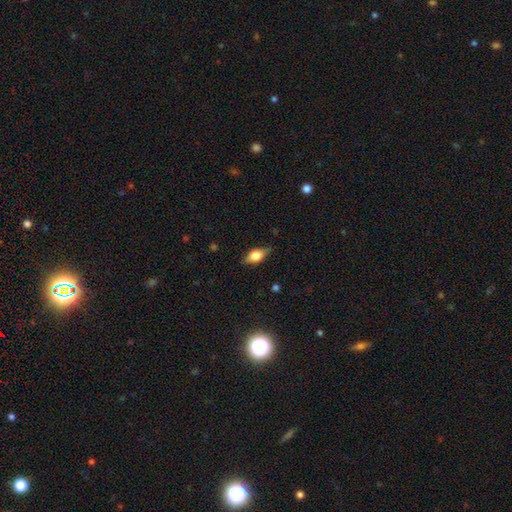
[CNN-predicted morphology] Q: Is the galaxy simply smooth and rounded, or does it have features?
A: smooth — 58%.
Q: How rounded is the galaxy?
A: in between — 79%.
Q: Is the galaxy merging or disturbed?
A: none — 80%.